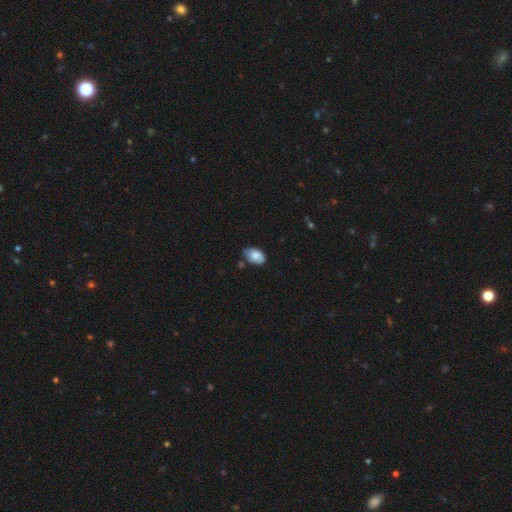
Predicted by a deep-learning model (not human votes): Smooth or featured: smooth — 76% (featured or disk — 17%)
How rounded: in between — 89% (round — 9%)
Merging: none — 63% (minor disturbance — 28%)